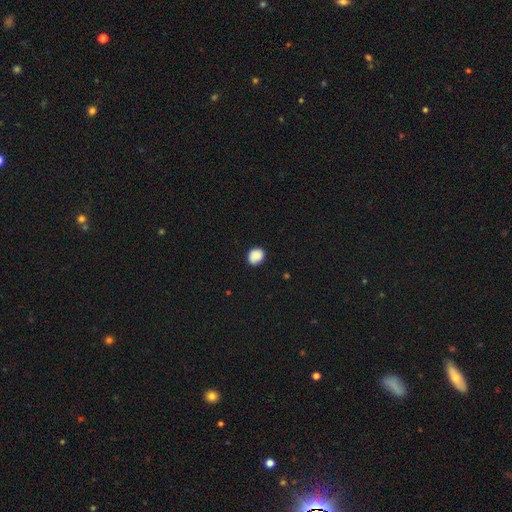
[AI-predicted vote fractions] Morphology: type=smooth (87%); roundness=round (65%); merging=none (78%).